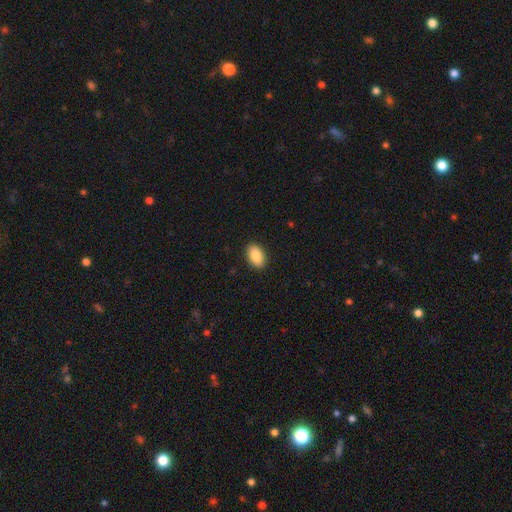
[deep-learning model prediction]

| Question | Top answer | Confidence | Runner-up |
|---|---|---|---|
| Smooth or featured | smooth | 87% | star or artifact (7%) |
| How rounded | in between | 91% | round (8%) |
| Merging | none | 90% | minor disturbance (7%) |